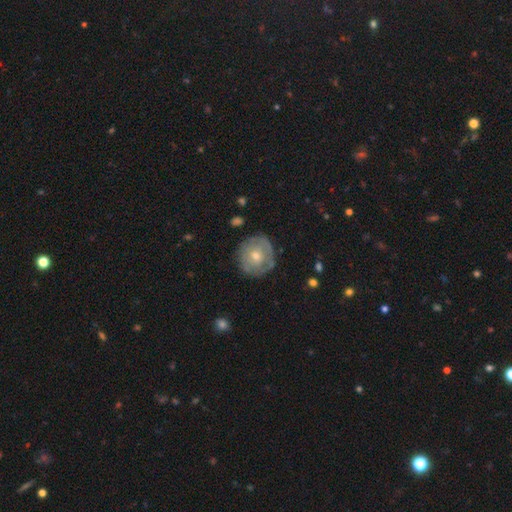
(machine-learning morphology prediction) smooth_or_featured: featured or disk (p=0.57) [alt: smooth p=0.36]
disk_edge_on: no (p=0.96) [alt: yes p=0.04]
bar: no (p=0.83) [alt: weak p=0.14]
has_spiral_arms: yes (p=0.53) [alt: no p=0.47]
bulge_size: small (p=0.54) [alt: moderate p=0.43]
merging: none (p=0.75) [alt: minor disturbance p=0.18]